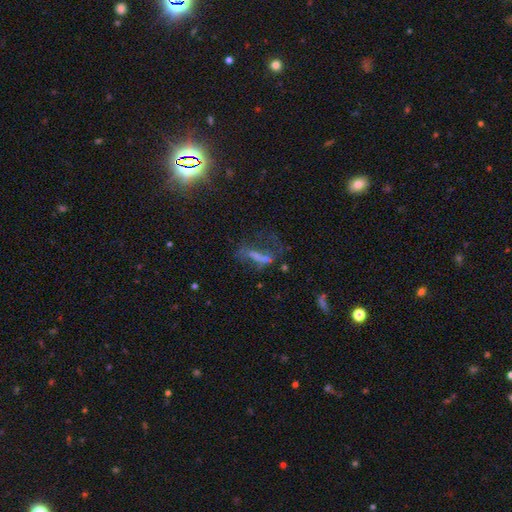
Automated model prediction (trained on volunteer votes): The model was most divided on "merging": none: 41%, major disturbance: 34%, minor disturbance: 18%, merger: 6%. Remaining: smooth or featured — featured or disk (44%).